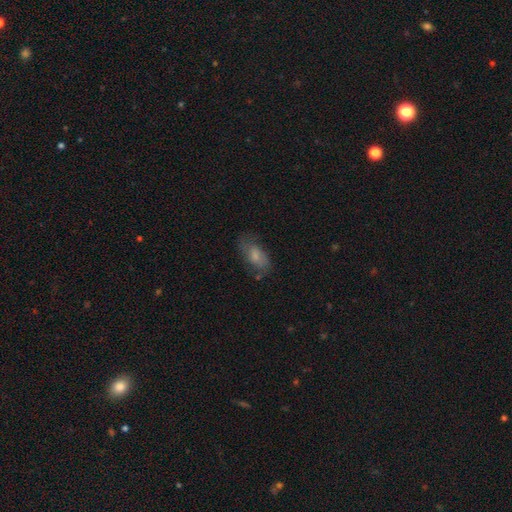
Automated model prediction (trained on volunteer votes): The model was most divided on "smooth or featured": smooth: 62%, featured or disk: 30%, star or artifact: 8%. More confident: how rounded — in between (87%); merging — none (60%).